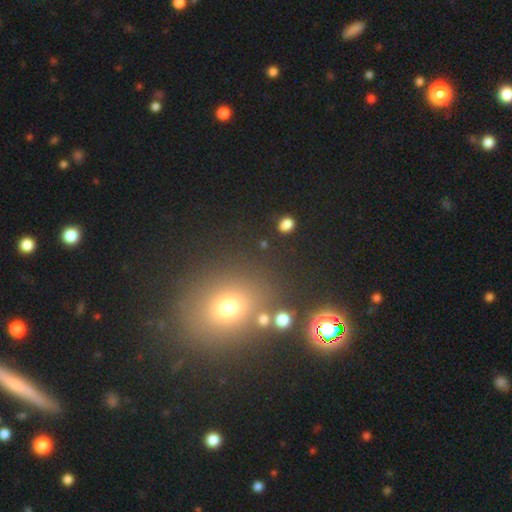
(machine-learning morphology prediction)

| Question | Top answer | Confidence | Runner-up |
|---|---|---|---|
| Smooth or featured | smooth | 51% | star or artifact (39%) |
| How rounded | round | 70% | in between (28%) |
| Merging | none | 83% | minor disturbance (8%) |